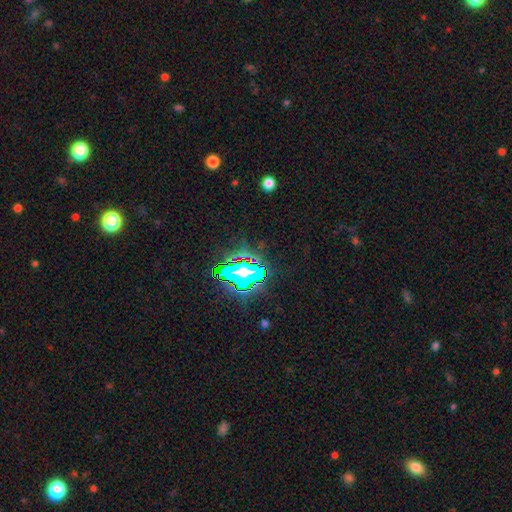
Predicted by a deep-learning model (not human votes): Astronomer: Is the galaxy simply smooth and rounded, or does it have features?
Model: star or artifact — 81%.